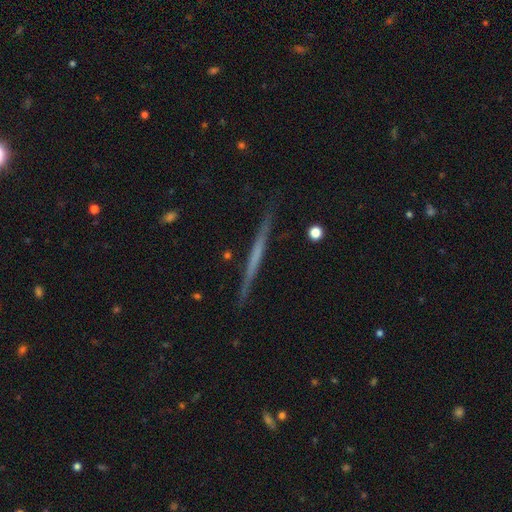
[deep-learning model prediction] A featured or disk galaxy (60%) viewed edge-on (98%) with no central bulge (88%). Merging: none (90%).